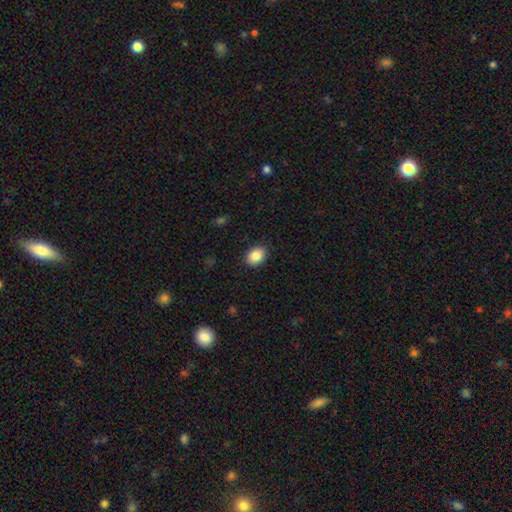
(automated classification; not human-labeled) Smooth or featured? Predicted: smooth (p=0.87). How rounded? Predicted: in between (p=0.70). Merging? Predicted: none (p=0.89).